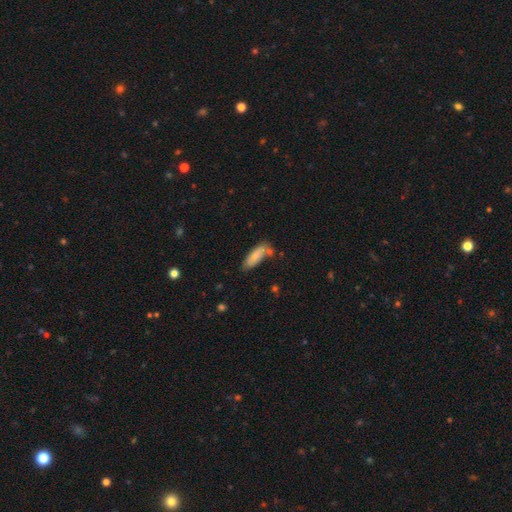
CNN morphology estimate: The model was most divided on "how rounded": in between: 56%, cigar-shaped: 42%, round: 2%. More confident: smooth or featured — smooth (79%); merging — none (61%).